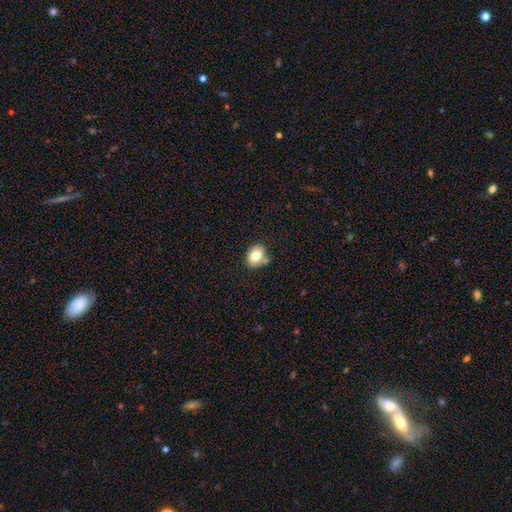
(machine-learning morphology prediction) A smooth galaxy with no disk features (78%) that is in between round and cigar-shaped (59%). Merging: none (66%).